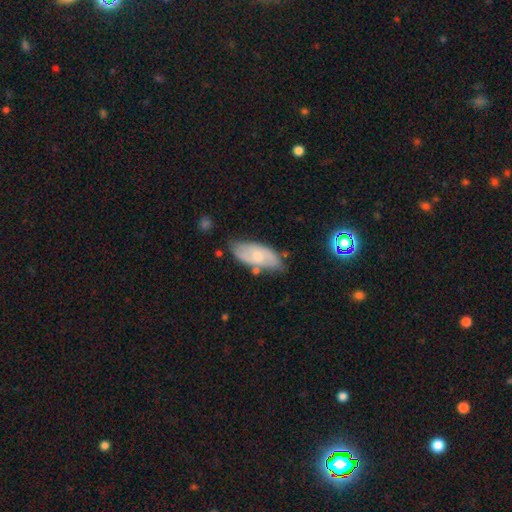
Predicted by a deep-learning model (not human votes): Q: Smooth or featured?
A: featured or disk (55%); runner-up: smooth (38%)
Q: Edge-on disk?
A: no (90%); runner-up: yes (10%)
Q: Merging?
A: none (68%); runner-up: minor disturbance (22%)